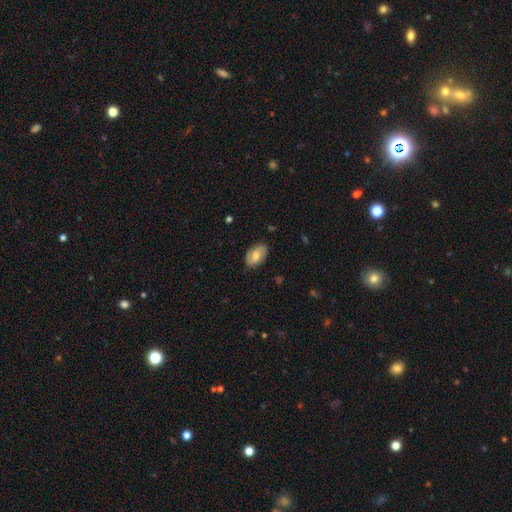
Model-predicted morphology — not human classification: Smooth or featured? Predicted: smooth (p=0.48). Merging? Predicted: none (p=0.81).